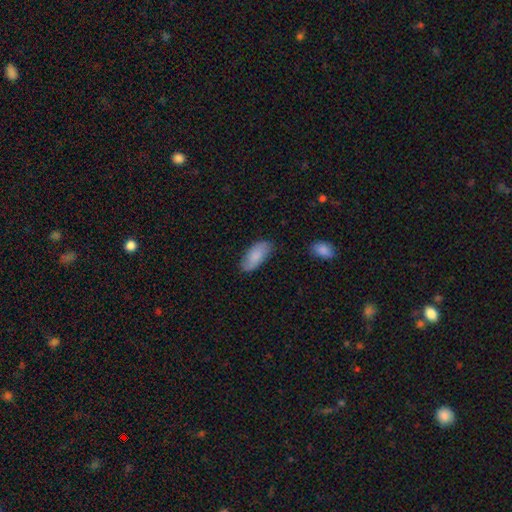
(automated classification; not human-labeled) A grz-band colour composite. It shows a smooth galaxy with no disk features (82%) that is in between round and cigar-shaped (89%). Merging: none (80%).